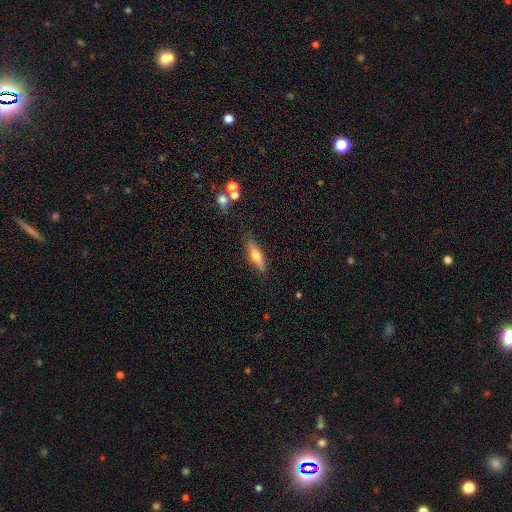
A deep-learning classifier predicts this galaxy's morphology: Smooth or featured? smooth (53%)
How rounded? cigar-shaped (62%)
Merging? none (84%)